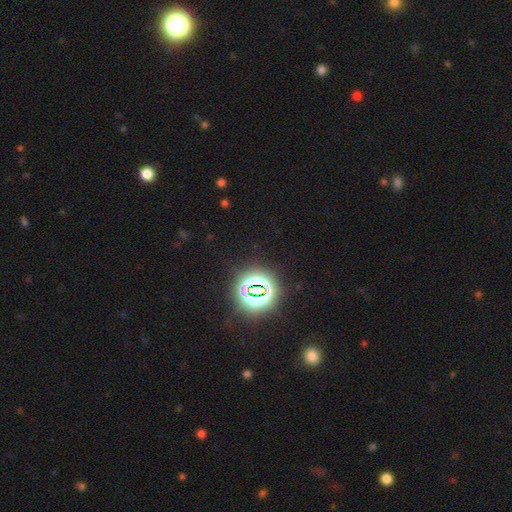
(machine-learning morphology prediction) Overall: star or artifact (78%).